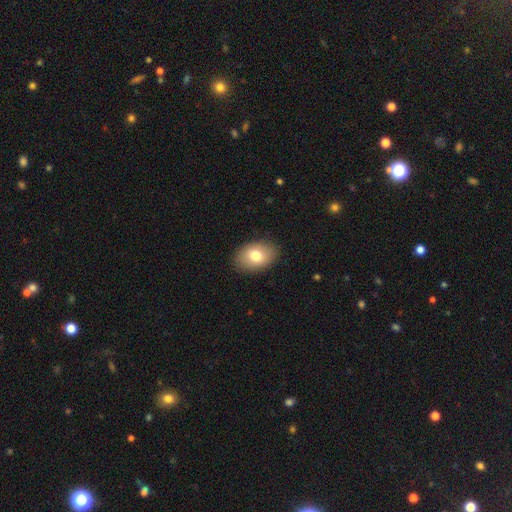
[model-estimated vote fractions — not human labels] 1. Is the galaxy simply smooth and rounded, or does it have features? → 77% smooth, 15% featured or disk, 8% star or artifact.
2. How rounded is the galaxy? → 85% in between, 14% round, 1% cigar-shaped.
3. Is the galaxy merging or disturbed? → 88% none, 9% minor disturbance, 2% major disturbance, 1% merger.